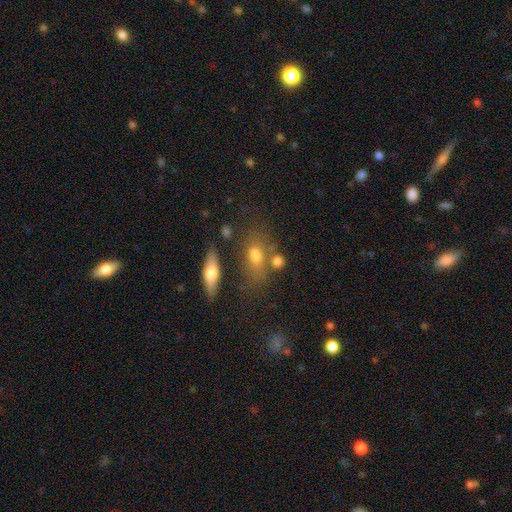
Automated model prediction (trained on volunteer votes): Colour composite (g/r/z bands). It shows a smooth galaxy with no disk features (67%) that is in between round and cigar-shaped (73%). Merging: none (58%).